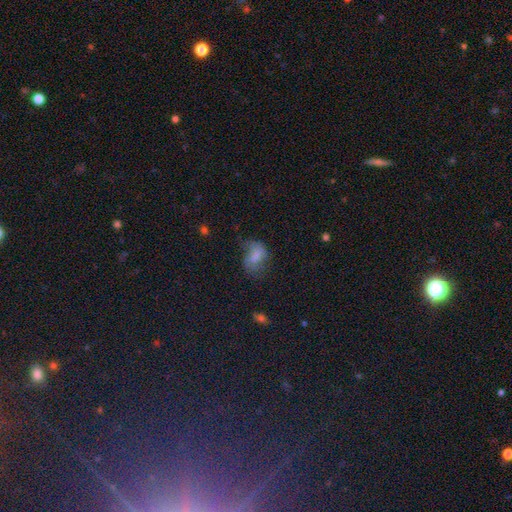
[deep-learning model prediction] Smooth or featured? smooth (64%)
How rounded? in between (81%)
Merging? none (36%)